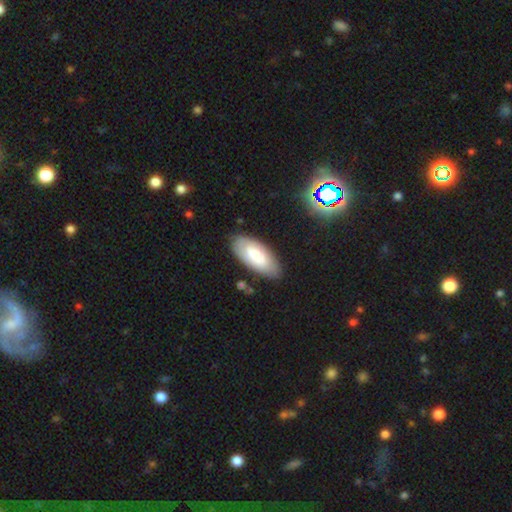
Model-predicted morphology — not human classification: This appears to be a smooth galaxy with no disk features (74%) that is in between round and cigar-shaped (91%). Merging: none (80%).